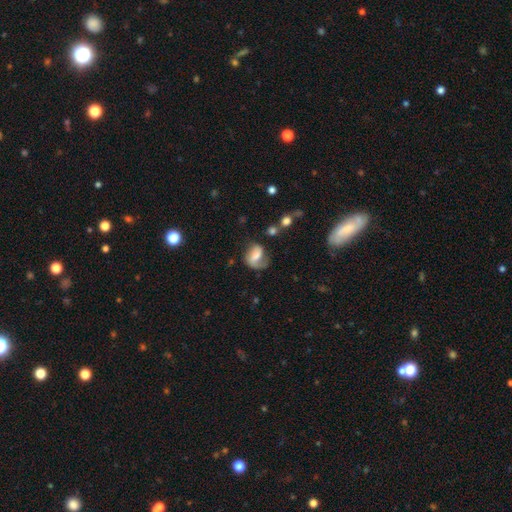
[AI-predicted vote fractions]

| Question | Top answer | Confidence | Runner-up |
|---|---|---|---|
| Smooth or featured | featured or disk | 53% | smooth (39%) |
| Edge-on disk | no | 96% | yes (4%) |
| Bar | weak | 43% | no (36%) |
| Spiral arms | yes | 83% | no (17%) |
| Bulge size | moderate | 52% | small (25%) |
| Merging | none | 48% | minor disturbance (26%) |